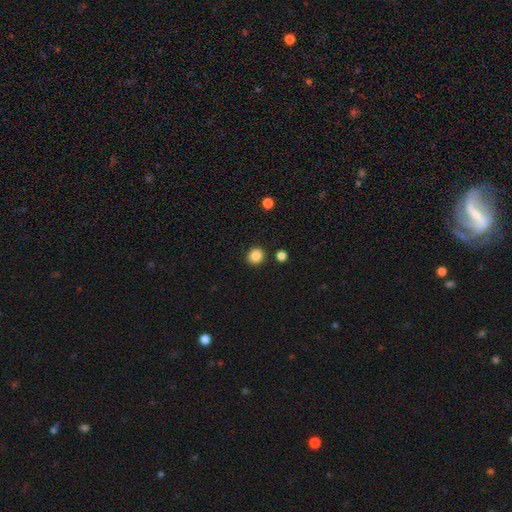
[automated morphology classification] smooth 86%, star or artifact 10%, featured or disk 4%. Down the decision tree: how rounded — round (89%); merging — none (90%).